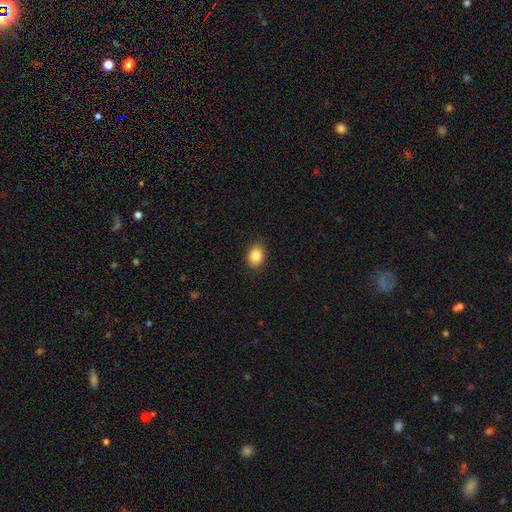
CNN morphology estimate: Q: Smooth or featured?
A: smooth (86%); runner-up: star or artifact (9%)
Q: How rounded?
A: in between (71%); runner-up: round (28%)
Q: Merging?
A: none (87%); runner-up: minor disturbance (10%)